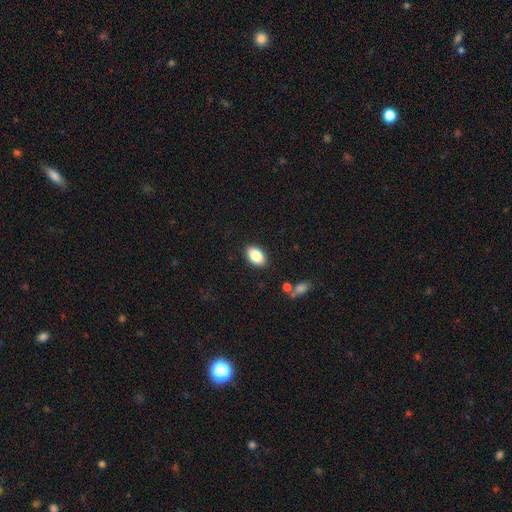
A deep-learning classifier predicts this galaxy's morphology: smooth 86%, star or artifact 8%, featured or disk 7%. Down the decision tree: how rounded — in between (91%); merging — none (88%).